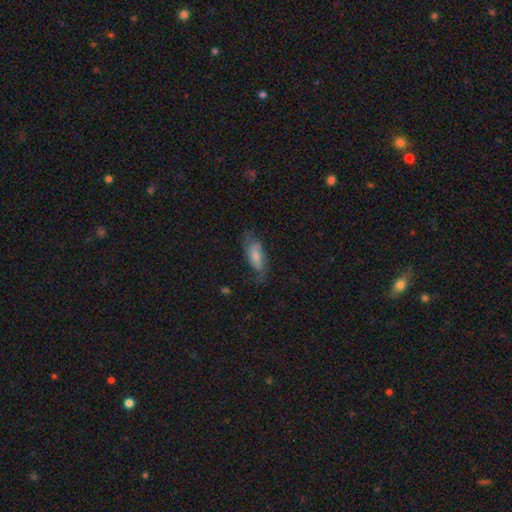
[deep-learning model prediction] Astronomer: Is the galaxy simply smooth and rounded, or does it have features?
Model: smooth — 58% (runner-up: featured or disk, 35%).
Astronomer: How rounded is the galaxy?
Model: in between — 76%.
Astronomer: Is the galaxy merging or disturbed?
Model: none — 54%.